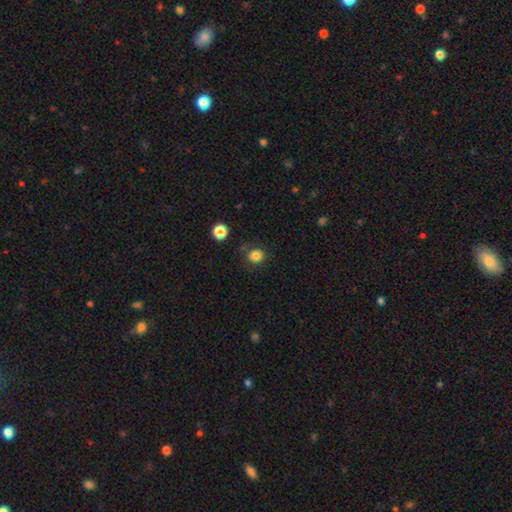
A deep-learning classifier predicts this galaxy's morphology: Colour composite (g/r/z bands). It shows a smooth galaxy with no disk features (83%) that is round (86%). Merging: none (78%).